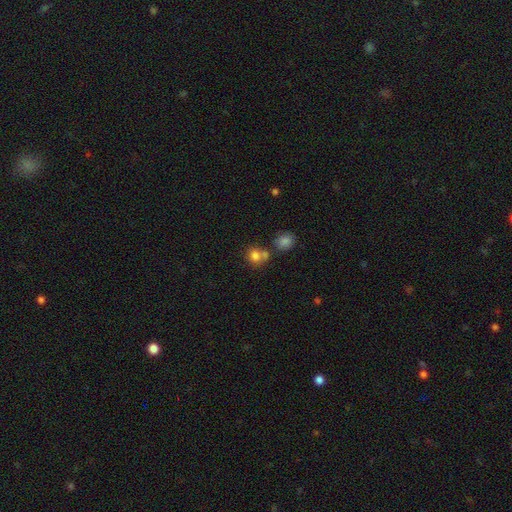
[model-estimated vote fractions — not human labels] Smooth or featured?
  - smooth: 80% *
  - star or artifact: 12%
  - featured or disk: 8%
How rounded?
  - round: 80% *
  - in between: 19%
  - cigar-shaped: 1%
Merging?
  - none: 49% *
  - merger: 37%
  - minor disturbance: 10%
  - major disturbance: 4%